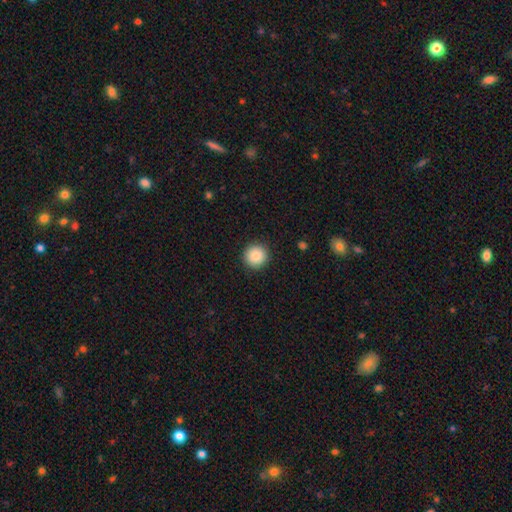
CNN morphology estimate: Overall: smooth (87%). How rounded: round (96%). Merging: none (92%).